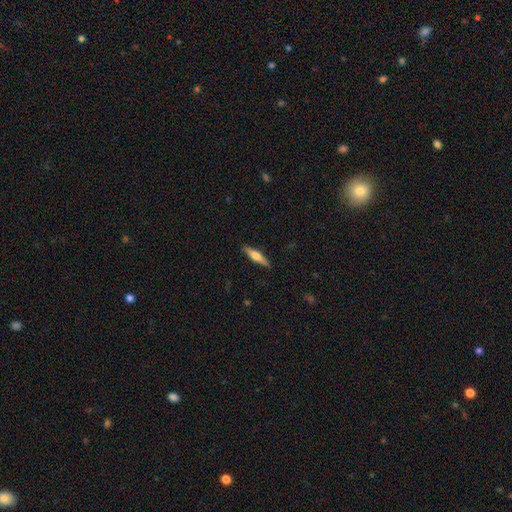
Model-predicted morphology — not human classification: This is possibly a featured or disk galaxy (49%). Merging: clearly none (90%).